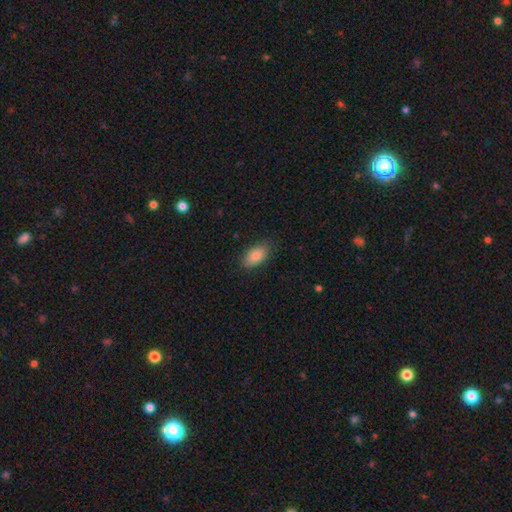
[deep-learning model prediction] Smooth or featured?
  - smooth: 83% *
  - featured or disk: 9%
  - star or artifact: 8%
How rounded?
  - in between: 91% *
  - cigar-shaped: 4%
  - round: 4%
Merging?
  - none: 84% *
  - minor disturbance: 12%
  - major disturbance: 3%
  - merger: 1%